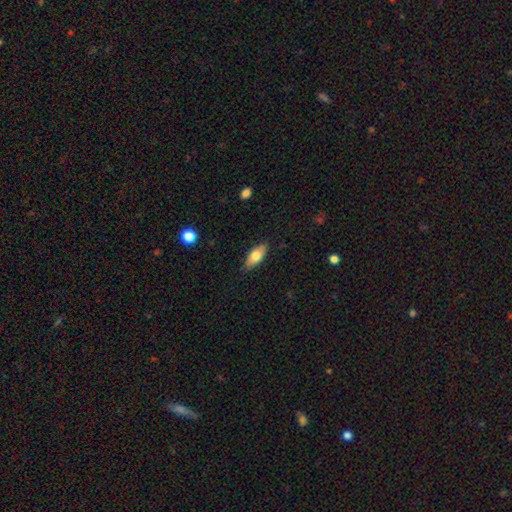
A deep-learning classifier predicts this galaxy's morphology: Smooth or featured? smooth (74%)
How rounded? in between (82%)
Merging? none (84%)